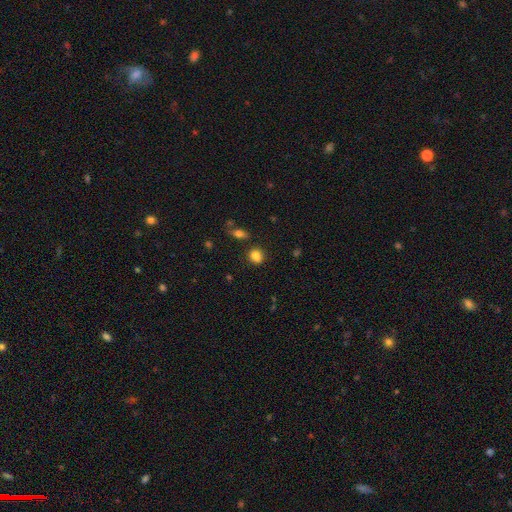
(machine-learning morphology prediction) Smooth or featured? smooth (82%)
How rounded? round (50%)
Merging? none (72%)